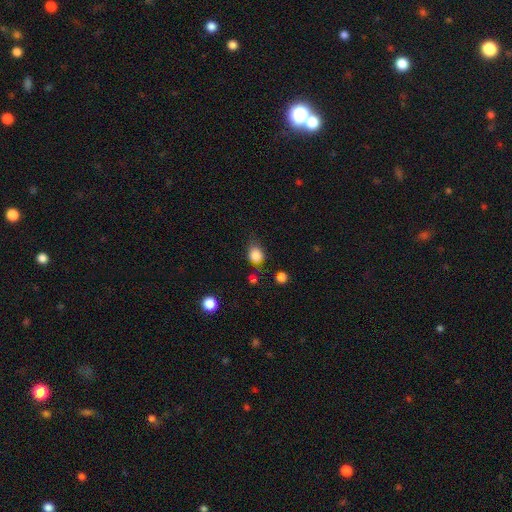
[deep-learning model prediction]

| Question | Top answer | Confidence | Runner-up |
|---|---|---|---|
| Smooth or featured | smooth | 84% | star or artifact (11%) |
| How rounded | round | 63% | in between (36%) |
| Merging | none | 60% | minor disturbance (26%) |